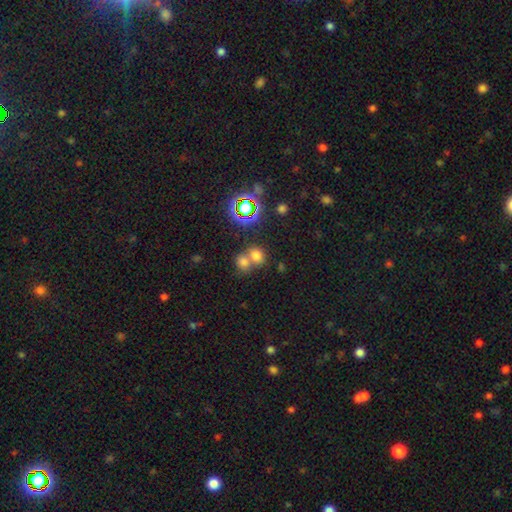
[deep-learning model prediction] Q: Smooth or featured?
A: smooth (69%); runner-up: star or artifact (22%)
Q: How rounded?
A: round (66%); runner-up: in between (33%)
Q: Merging?
A: merger (51%); runner-up: none (39%)